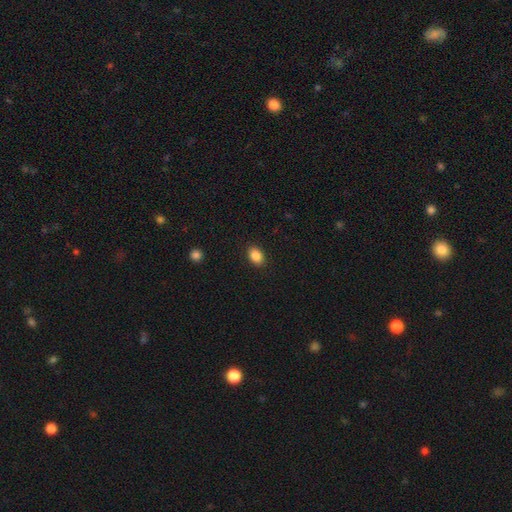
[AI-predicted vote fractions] Smooth or featured?
  - smooth: 87% *
  - star or artifact: 9%
  - featured or disk: 5%
How rounded?
  - in between: 80% *
  - round: 19%
  - cigar-shaped: 1%
Merging?
  - none: 89% *
  - minor disturbance: 8%
  - major disturbance: 2%
  - merger: 1%